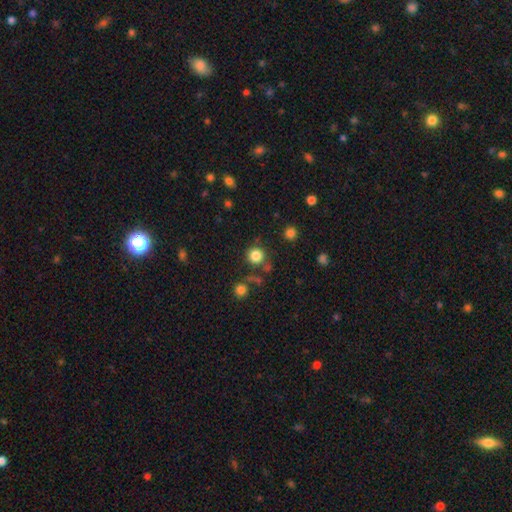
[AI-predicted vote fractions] This is clearly a smooth galaxy (83%). How rounded: clearly round (93%). Merging: likely none (79%).